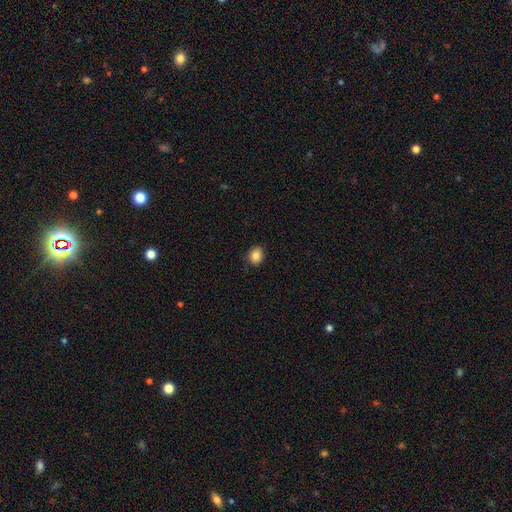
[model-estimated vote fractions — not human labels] Smooth or featured: smooth — 85% (star or artifact — 10%)
How rounded: round — 53% (in between — 46%)
Merging: none — 86% (minor disturbance — 11%)